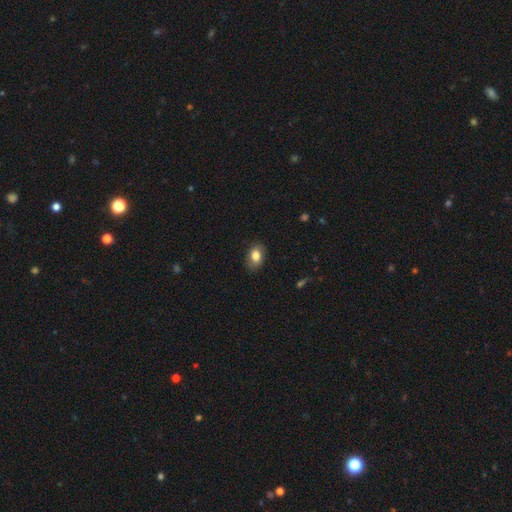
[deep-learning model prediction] smooth-or-featured: smooth: 82% | featured or disk: 10% | star or artifact: 8%
  how-rounded: in between: 82% | round: 17% | cigar-shaped: 1%
  merging: none: 83% | minor disturbance: 13% | major disturbance: 3% | merger: 1%